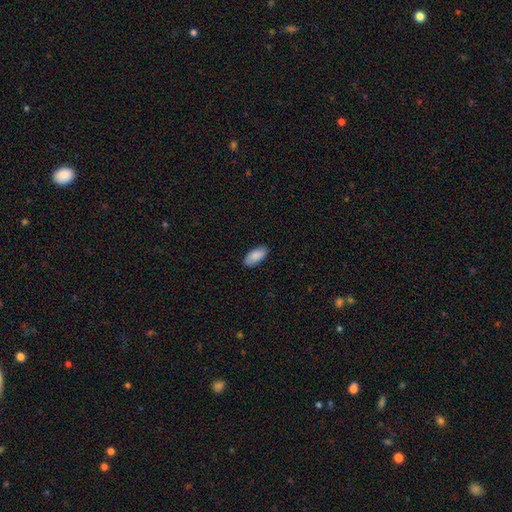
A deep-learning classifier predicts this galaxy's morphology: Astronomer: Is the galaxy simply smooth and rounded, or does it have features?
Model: smooth — 89%.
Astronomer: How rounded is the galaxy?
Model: in between — 90%.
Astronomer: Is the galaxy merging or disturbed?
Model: none — 89%.